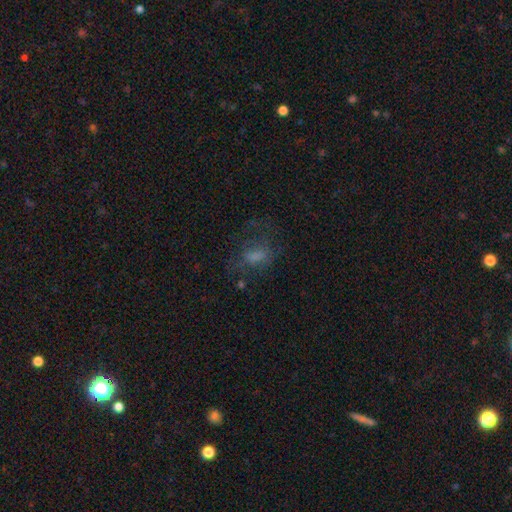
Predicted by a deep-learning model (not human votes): smooth 51%, featured or disk 30%, star or artifact 20%. Down the decision tree: how rounded — in between (73%); merging — none (46%).